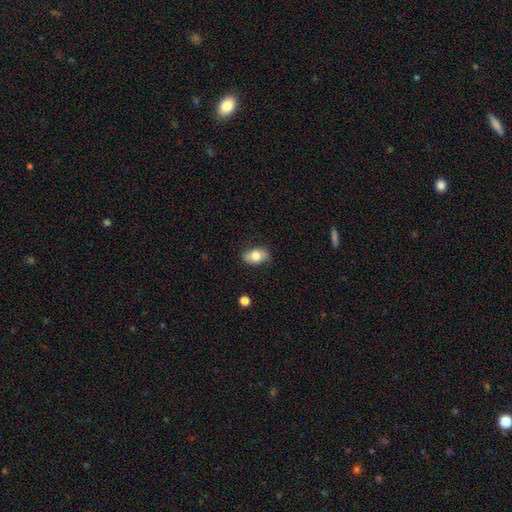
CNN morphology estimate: This is likely a smooth galaxy (72%). How rounded: clearly in between (86%). Merging: likely none (77%).